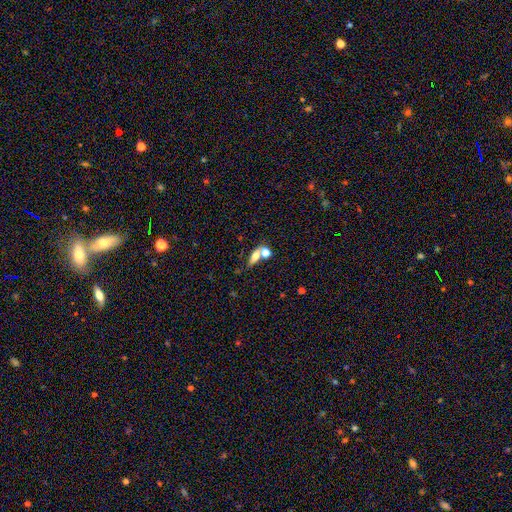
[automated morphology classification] type=smooth (65%); roundness=in between (61%); merging=merger (42%).